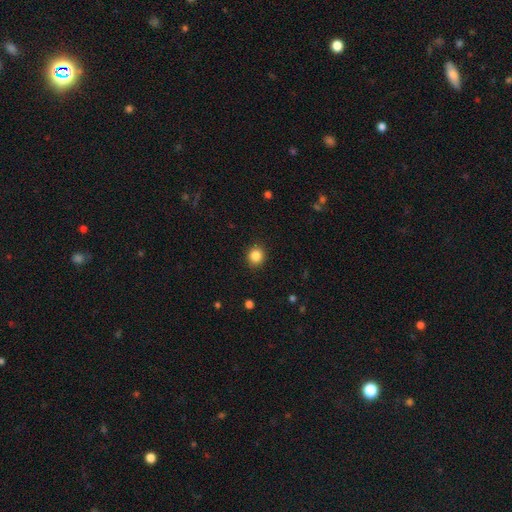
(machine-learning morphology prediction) Q: Smooth or featured?
A: smooth (86%); runner-up: star or artifact (10%)
Q: How rounded?
A: round (87%); runner-up: in between (12%)
Q: Merging?
A: none (90%); runner-up: minor disturbance (7%)